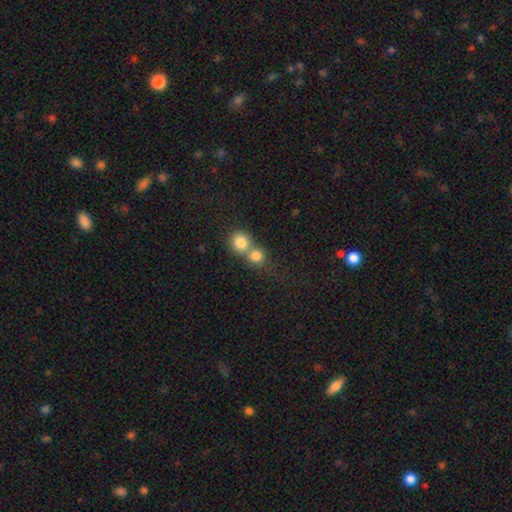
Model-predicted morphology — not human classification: Smooth or featured?
  - smooth: 80% *
  - star or artifact: 11%
  - featured or disk: 9%
How rounded?
  - round: 86% *
  - in between: 13%
  - cigar-shaped: 1%
Merging?
  - merger: 57% *
  - none: 36%
  - minor disturbance: 5%
  - major disturbance: 3%